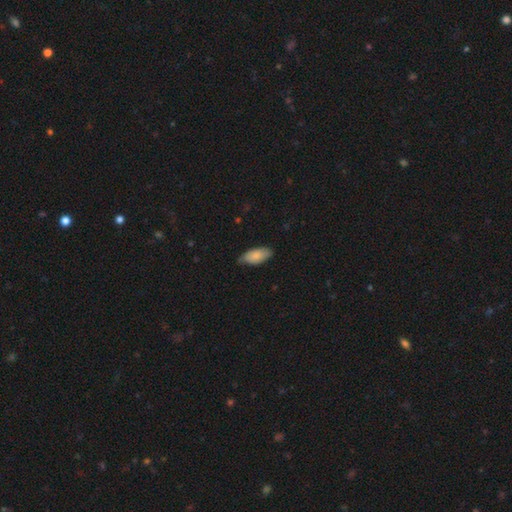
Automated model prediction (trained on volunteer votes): Smooth or featured? smooth (83%)
How rounded? in between (90%)
Merging? none (70%)